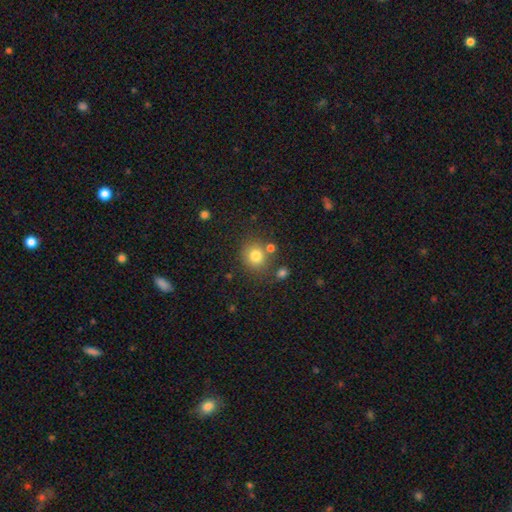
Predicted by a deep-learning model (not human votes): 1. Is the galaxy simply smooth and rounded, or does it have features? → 80% smooth, 13% star or artifact, 8% featured or disk.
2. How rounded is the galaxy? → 83% round, 17% in between, 1% cigar-shaped.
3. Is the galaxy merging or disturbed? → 75% none, 11% merger, 10% minor disturbance, 4% major disturbance.